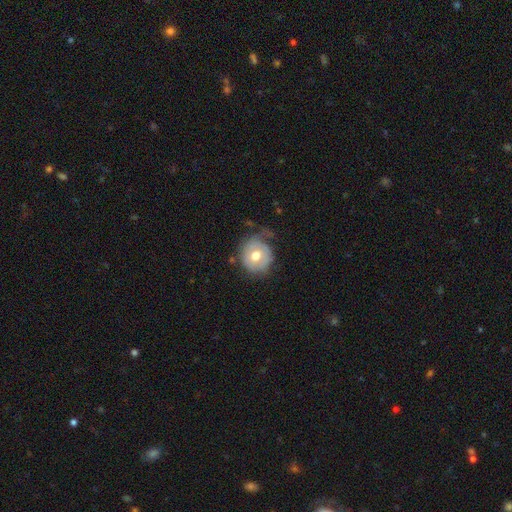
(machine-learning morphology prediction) type=smooth (53%); roundness=round (85%); merging=none (53%).